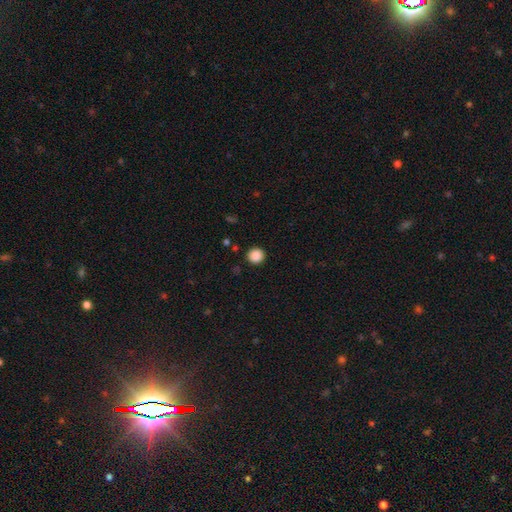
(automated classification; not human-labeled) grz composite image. It shows a smooth galaxy with no disk features (88%) that is round (92%). Merging: none (91%).